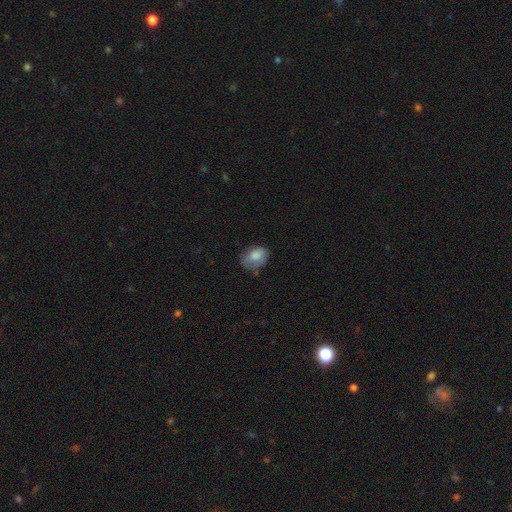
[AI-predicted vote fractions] A smooth galaxy with no disk features (80%) that is in between round and cigar-shaped (76%).

Vote fractions:
- Smooth or featured? smooth: 80% / featured or disk: 12% / star or artifact: 8%
- How rounded? in between: 76% / round: 23% / cigar-shaped: 1%
- Merging? none: 54% / minor disturbance: 32% / major disturbance: 11% / merger: 3%